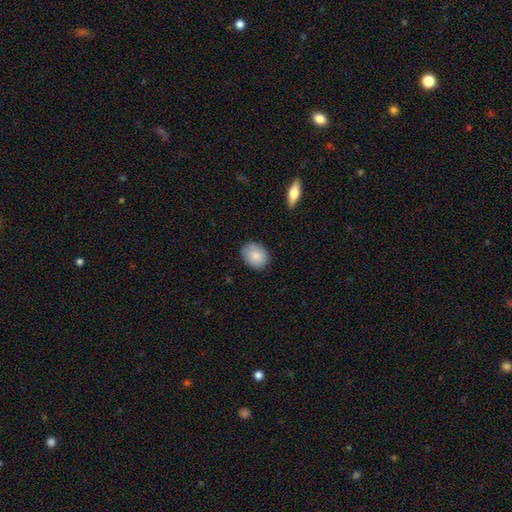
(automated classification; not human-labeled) A smooth galaxy with no disk features (85%) that is in between round and cigar-shaped (58%). Merging: none (82%).